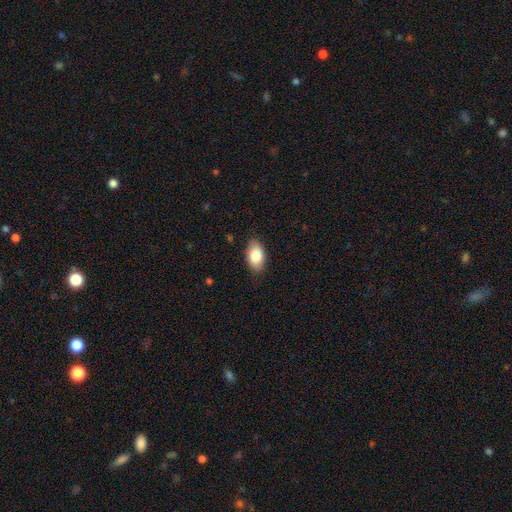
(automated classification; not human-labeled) smooth_or_featured: smooth (p=0.84) [alt: featured or disk p=0.10]
how_rounded: in between (p=0.93) [alt: round p=0.05]
merging: none (p=0.84) [alt: minor disturbance p=0.12]